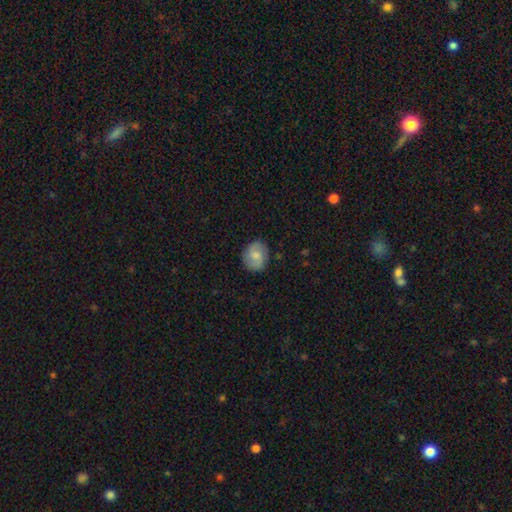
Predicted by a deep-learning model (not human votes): smooth 59%, featured or disk 34%, star or artifact 7%. Down the decision tree: how rounded — round (66%); merging — none (83%).